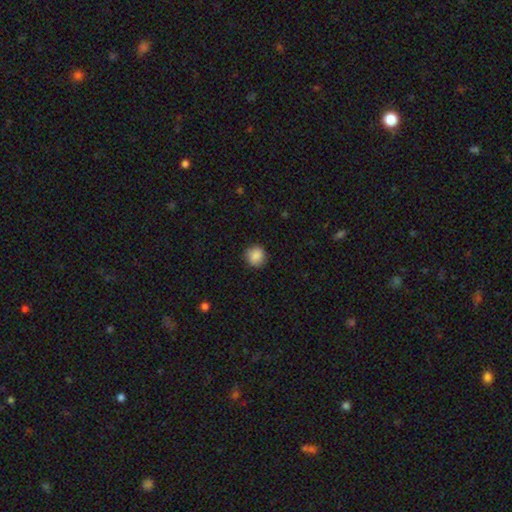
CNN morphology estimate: Smooth or featured? Predicted: smooth (p=0.88). How rounded? Predicted: round (p=0.90). Merging? Predicted: none (p=0.88).